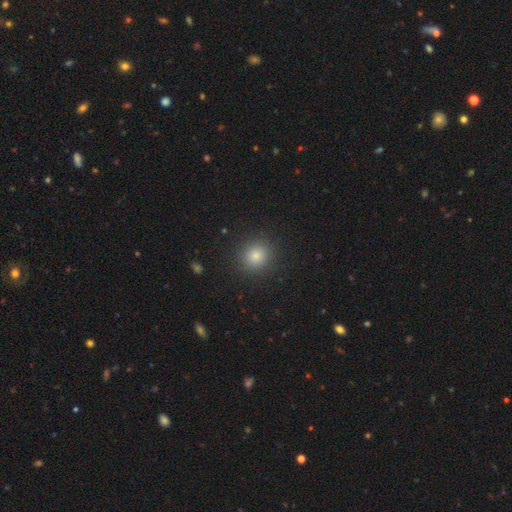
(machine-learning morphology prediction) type=smooth (80%); roundness=round (88%); merging=none (91%).